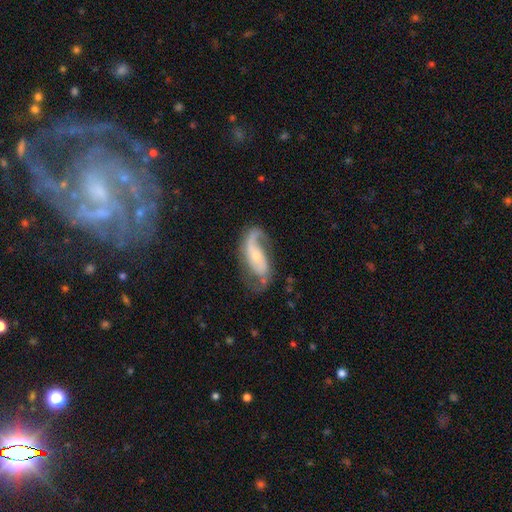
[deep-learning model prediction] Smooth or featured? featured or disk (83%)
Edge-on disk? no (95%)
Bar? no (49%)
Spiral arms? yes (93%)
Spiral winding? loose (52%)
Spiral arm count? 2 (67%)
Bulge size? small (61%)
Merging? none (55%)